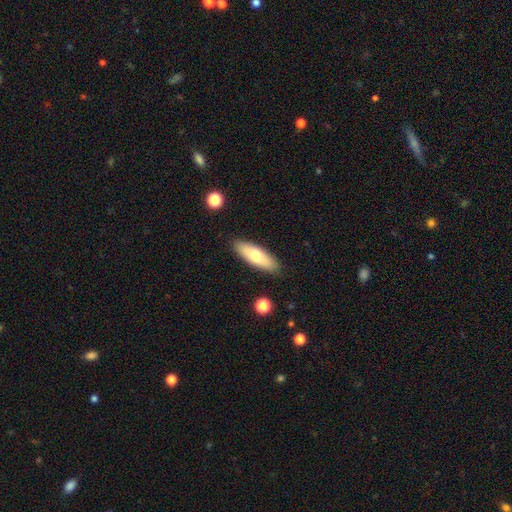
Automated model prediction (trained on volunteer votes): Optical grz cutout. It shows a smooth galaxy with no disk features (70%) that is in between round and cigar-shaped (58%). Merging: none (87%).